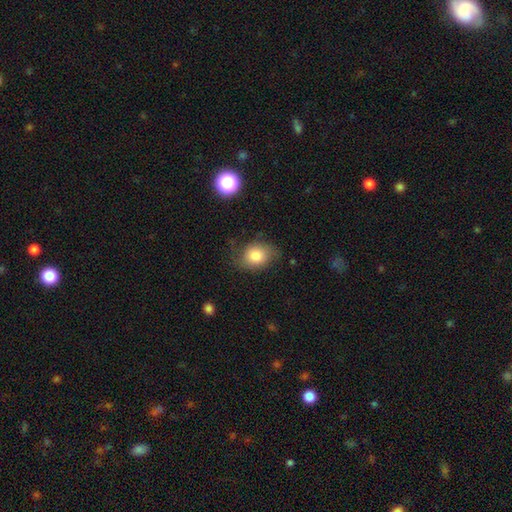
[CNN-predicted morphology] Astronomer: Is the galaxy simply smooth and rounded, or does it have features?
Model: smooth — 77%.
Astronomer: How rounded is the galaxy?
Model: in between — 56% (runner-up: round, 43%).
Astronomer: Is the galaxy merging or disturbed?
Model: none — 64%.